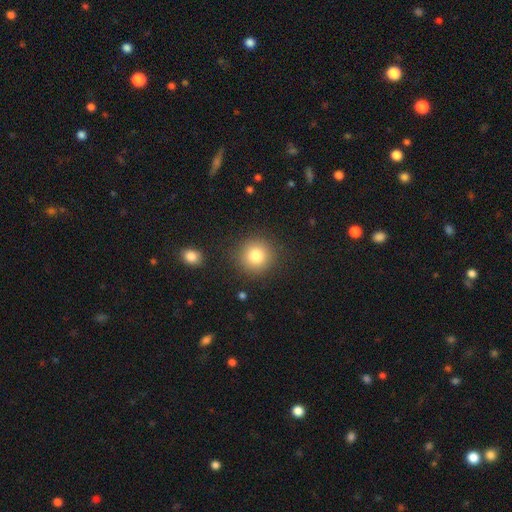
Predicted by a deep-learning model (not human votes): Smooth or featured? smooth (81%)
How rounded? round (93%)
Merging? none (88%)